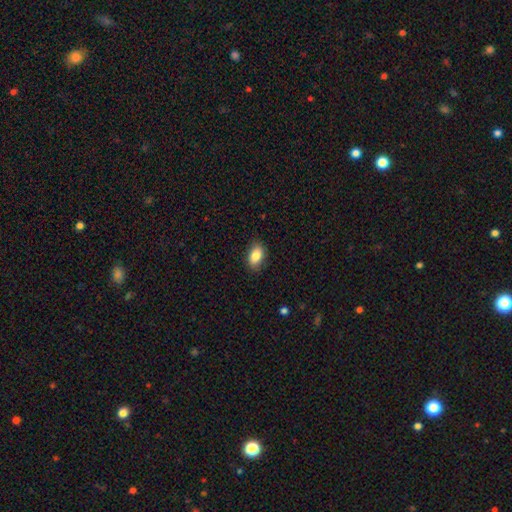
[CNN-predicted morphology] This is clearly a smooth galaxy (84%). How rounded: clearly in between (89%). Merging: clearly none (86%).